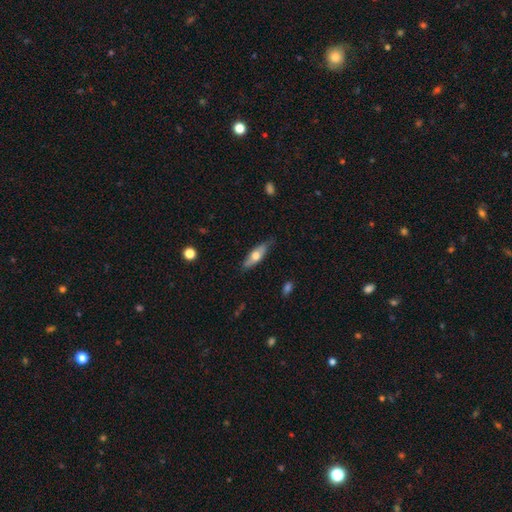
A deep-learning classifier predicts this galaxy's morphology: Smooth or featured?
  - smooth: 54% *
  - featured or disk: 40%
  - star or artifact: 5%
How rounded?
  - cigar-shaped: 49% *
  - in between: 48%
  - round: 3%
Merging?
  - none: 78% *
  - minor disturbance: 18%
  - major disturbance: 3%
  - merger: 1%